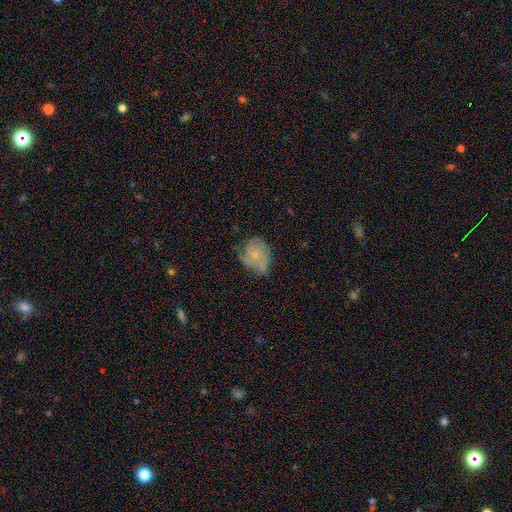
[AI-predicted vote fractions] featured or disk 55%, smooth 36%, star or artifact 9%. Down the decision tree: edge-on disk — no (98%); bar — no (84%); spiral arms — yes (74%); bulge size — small (69%); merging — none (49%).